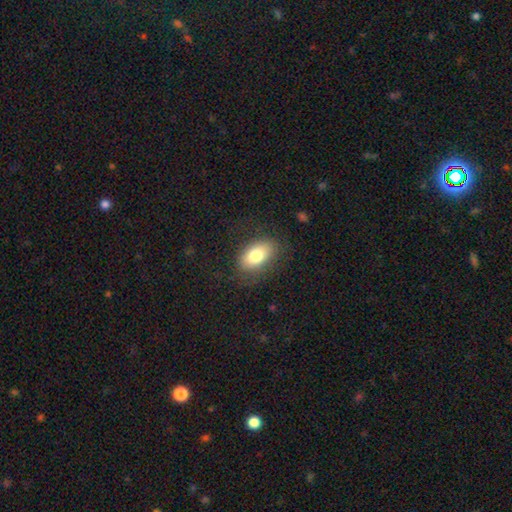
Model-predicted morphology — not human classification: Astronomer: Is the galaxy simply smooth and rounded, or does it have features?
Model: smooth — 78%.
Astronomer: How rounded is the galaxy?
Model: in between — 91%.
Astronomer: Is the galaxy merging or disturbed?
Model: none — 79%.